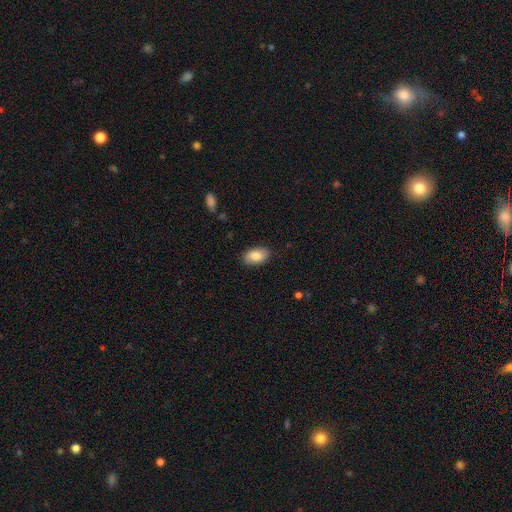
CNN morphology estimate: Overall: smooth (79%). How rounded: in between (92%). Merging: none (85%).